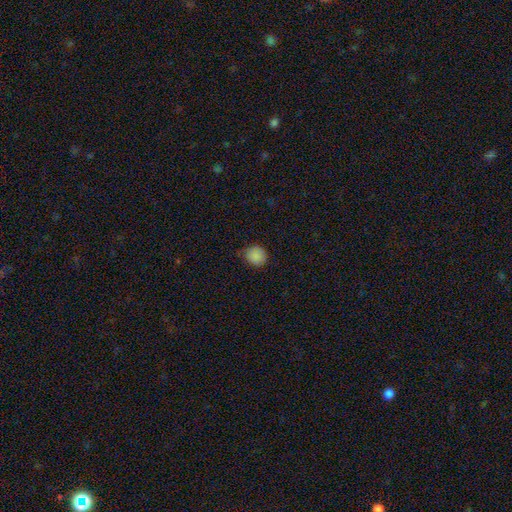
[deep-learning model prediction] A smooth galaxy with no disk features (87%) that is round (85%).

Vote fractions:
- Smooth or featured? smooth: 87% / star or artifact: 9% / featured or disk: 4%
- How rounded? round: 85% / in between: 14% / cigar-shaped: 1%
- Merging? none: 73% / minor disturbance: 23% / major disturbance: 3% / merger: 1%